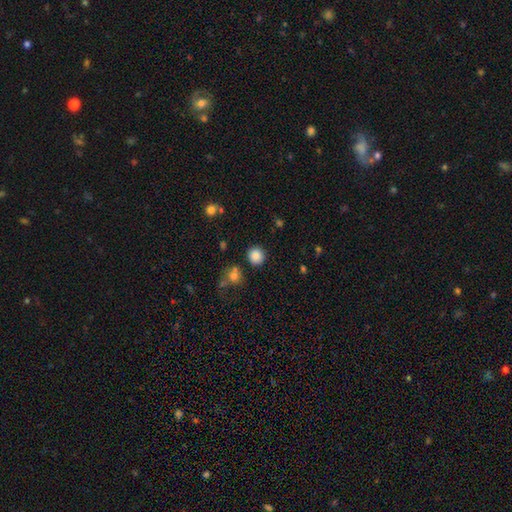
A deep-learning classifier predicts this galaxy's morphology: Overall: smooth (84%). How rounded: round (91%). Merging: none (88%).